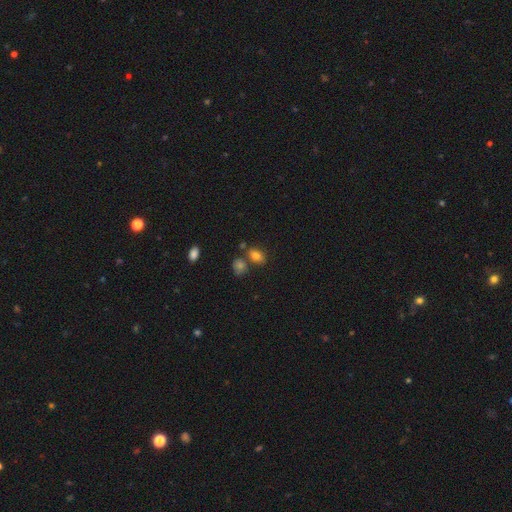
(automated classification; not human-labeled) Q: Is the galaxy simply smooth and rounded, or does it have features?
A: smooth — 81%.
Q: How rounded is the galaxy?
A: in between — 81%.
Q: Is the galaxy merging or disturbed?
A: none — 64%.